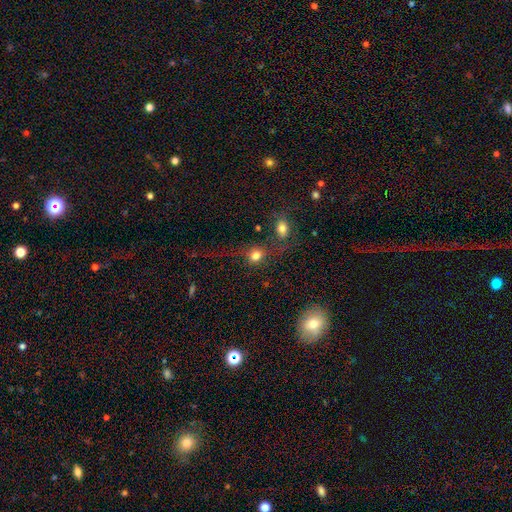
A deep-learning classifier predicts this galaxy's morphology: This is likely a smooth galaxy (76%). How rounded: likely round (69%). Merging: possibly none (48%).